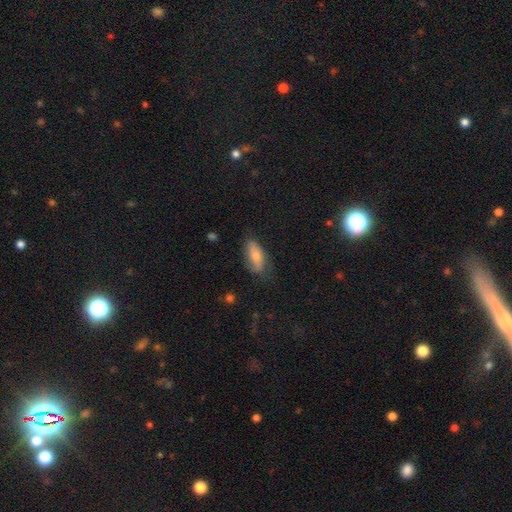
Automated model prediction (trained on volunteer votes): This is likely a smooth galaxy (73%). How rounded: clearly in between (85%). Merging: possibly none (59%).